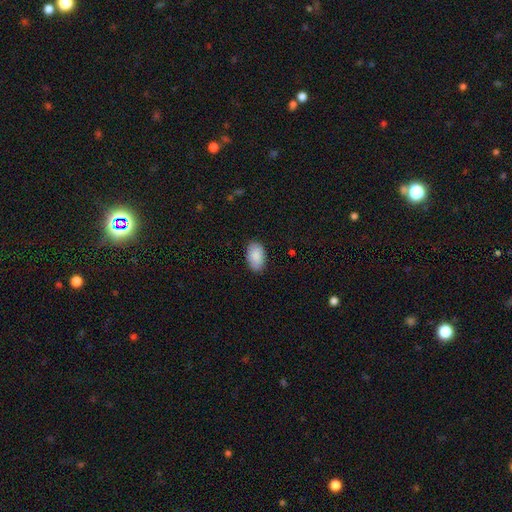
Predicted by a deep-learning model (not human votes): Overall: smooth (88%). How rounded: in between (93%). Merging: none (83%).